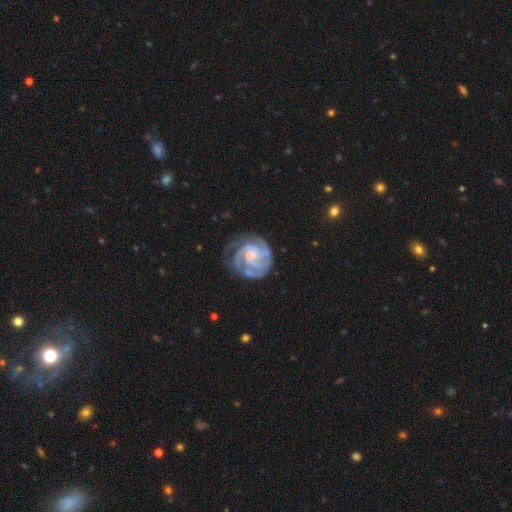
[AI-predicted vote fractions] A featured or disk galaxy (90%) with no bar (62%), 3 (39%) tight (75%) spiral arms (98%) and a small central bulge (57%).

Vote fractions:
- Smooth or featured? featured or disk: 90% / star or artifact: 5% / smooth: 5%
- Edge-on disk? no: 98% / yes: 2%
- Bar? no: 62% / weak: 28% / strong: 9%
- Spiral arms? yes: 98% / no: 2%
- Spiral winding? tight: 75% / medium: 22% / loose: 3%
- Spiral arm count? 3: 39% / 2: 27% / can't tell: 13% / 4: 11% / more than 4: 5% / 1: 5%
- Bulge size? small: 57% / moderate: 39% / none: 2% / large: 1% / dominant: 1%
- Merging? none: 70% / minor disturbance: 20% / major disturbance: 8% / merger: 2%